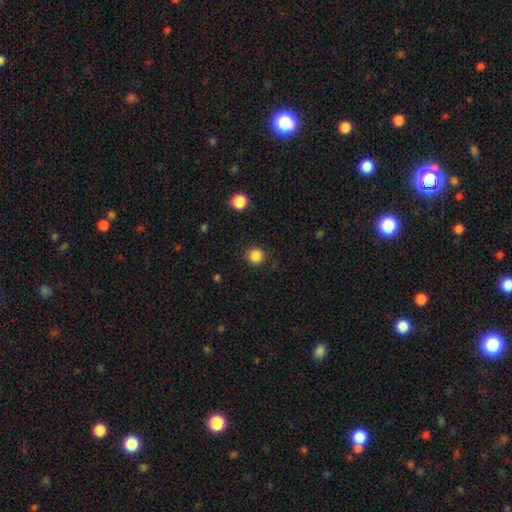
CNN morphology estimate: smooth-or-featured: smooth: 85% | star or artifact: 11% | featured or disk: 3%
  how-rounded: round: 94% | in between: 5% | cigar-shaped: 1%
  merging: none: 90% | minor disturbance: 6% | major disturbance: 2% | merger: 1%